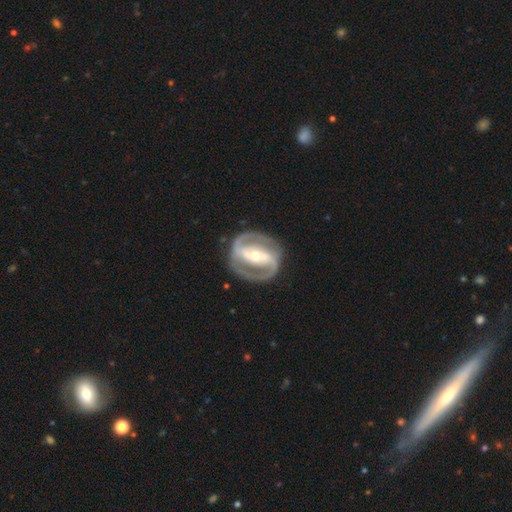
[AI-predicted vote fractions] Morphology: type=featured or disk (89%); edge-on=no (95%); bar=strong (75%); spiral arms=yes (87%); winding=tight (48%); arm count=2 (89%); bulge=moderate (52%); merging=none (83%).